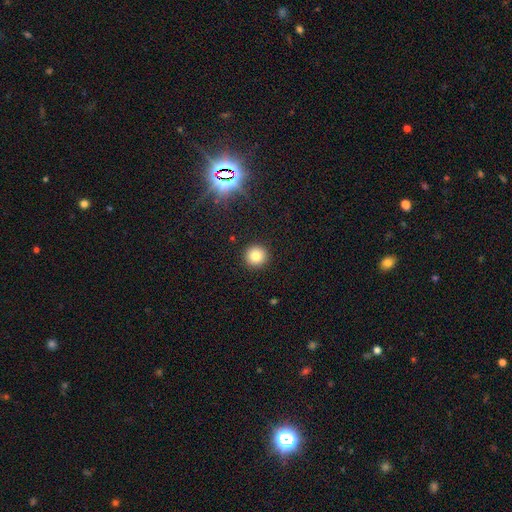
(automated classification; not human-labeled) Smooth or featured? smooth (80%)
How rounded? round (95%)
Merging? none (92%)